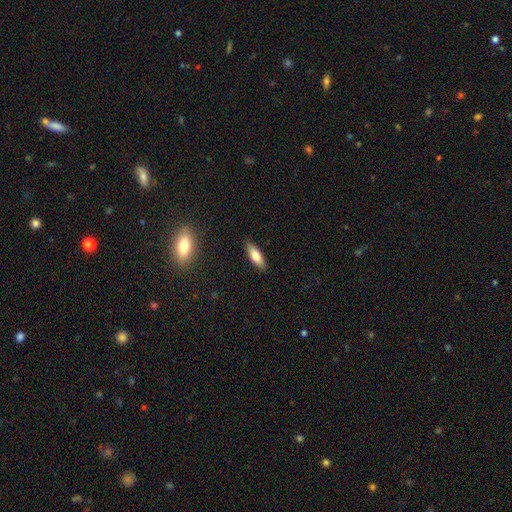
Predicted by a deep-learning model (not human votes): smooth_or_featured: smooth (p=0.75) [alt: featured or disk p=0.18]
how_rounded: in between (p=0.54) [alt: cigar-shaped p=0.44]
merging: none (p=0.88) [alt: minor disturbance p=0.09]